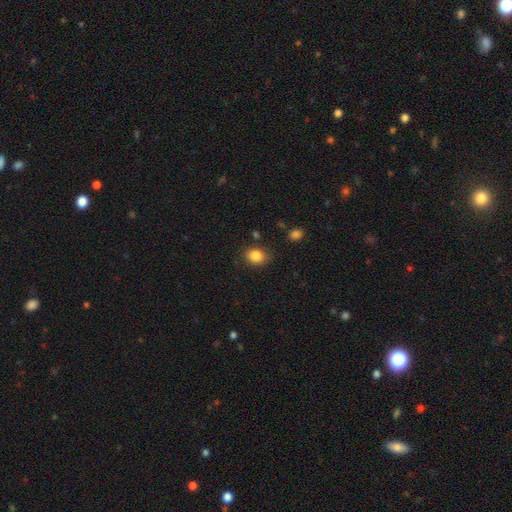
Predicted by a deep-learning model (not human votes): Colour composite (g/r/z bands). It shows a smooth galaxy with no disk features (86%) that is in between round and cigar-shaped (50%). Merging: none (78%).